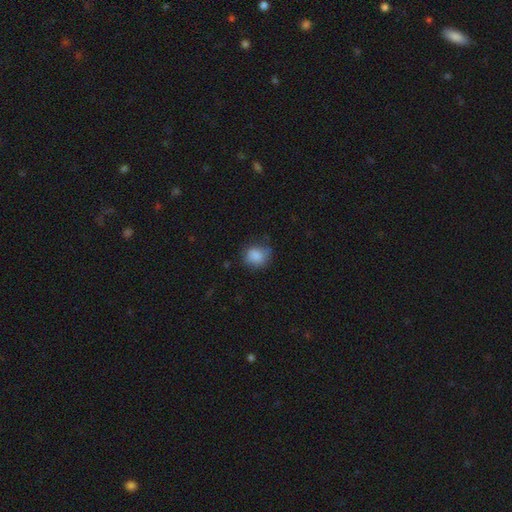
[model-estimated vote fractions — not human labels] Smooth or featured: smooth — 85% (star or artifact — 9%)
How rounded: round — 74% (in between — 25%)
Merging: none — 66% (minor disturbance — 27%)